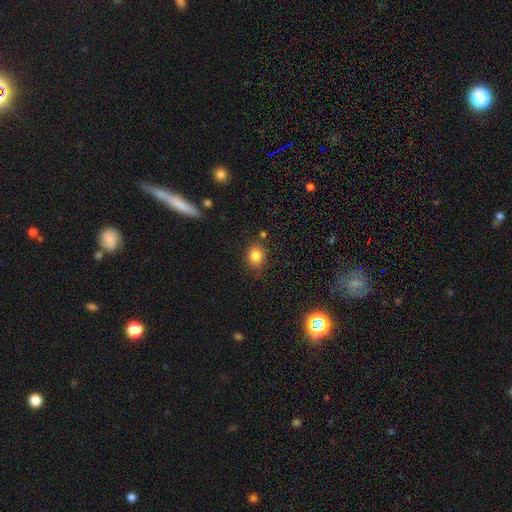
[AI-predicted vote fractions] This appears to be a smooth galaxy with no disk features (83%) that is round (62%). Merging: none (79%).